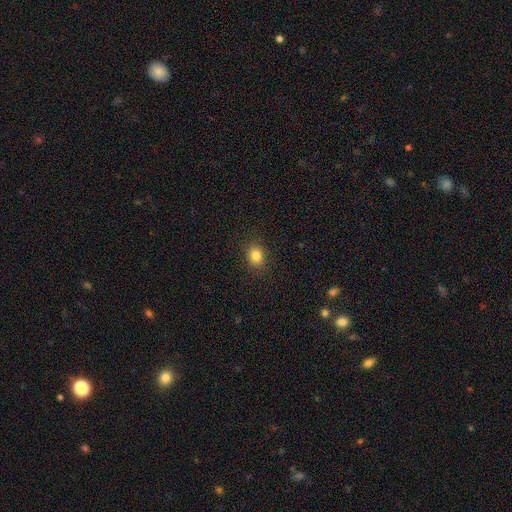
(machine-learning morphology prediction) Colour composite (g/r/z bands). It shows a smooth galaxy with no disk features (84%) that is round (54%). Merging: none (88%).